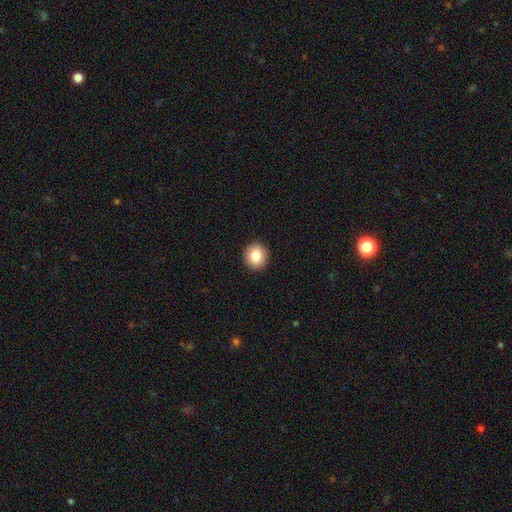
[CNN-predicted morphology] The model was most divided on "smooth or featured": smooth: 84%, star or artifact: 9%, featured or disk: 7%. More confident: merging — none (93%); how rounded — round (88%).